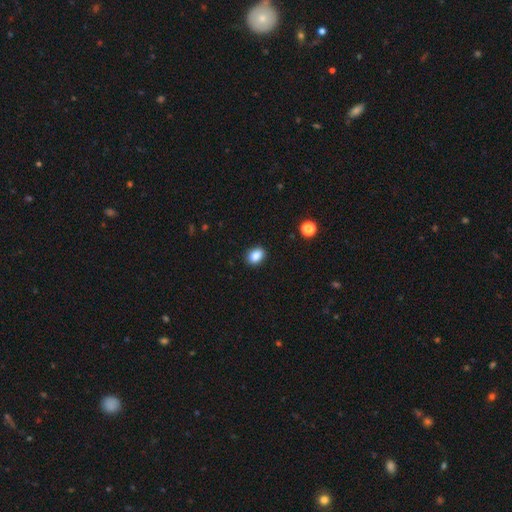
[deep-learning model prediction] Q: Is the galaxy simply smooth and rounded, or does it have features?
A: smooth — 87%.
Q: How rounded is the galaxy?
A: in between — 71%.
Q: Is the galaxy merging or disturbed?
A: none — 89%.